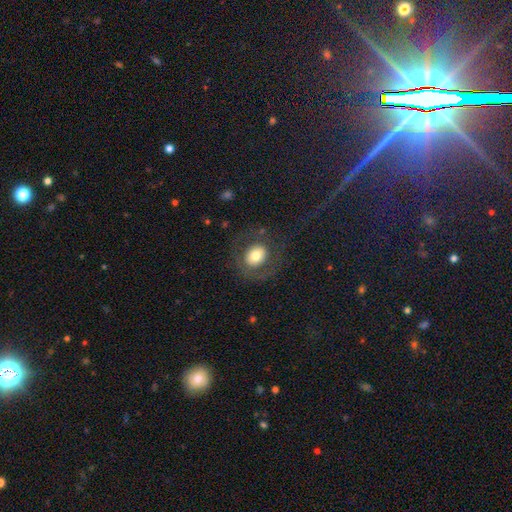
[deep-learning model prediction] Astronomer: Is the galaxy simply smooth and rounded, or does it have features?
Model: smooth — 64%.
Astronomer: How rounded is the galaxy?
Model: round — 60% (runner-up: in between, 39%).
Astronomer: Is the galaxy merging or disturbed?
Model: none — 72%.